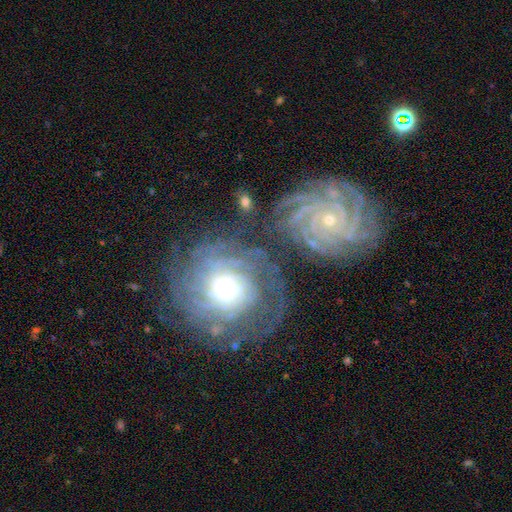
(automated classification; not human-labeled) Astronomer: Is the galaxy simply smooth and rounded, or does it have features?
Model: featured or disk — 70%.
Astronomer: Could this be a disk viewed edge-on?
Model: no — 95%.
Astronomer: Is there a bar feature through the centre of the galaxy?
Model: no — 72%.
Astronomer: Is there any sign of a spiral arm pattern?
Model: yes — 90%.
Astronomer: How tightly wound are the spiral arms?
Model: tight — 76%.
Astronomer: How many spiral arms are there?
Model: can't tell — 40% (runner-up: 3, 16%).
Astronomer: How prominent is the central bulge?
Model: moderate — 42% (runner-up: small, 31%).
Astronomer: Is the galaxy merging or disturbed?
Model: none — 57%.